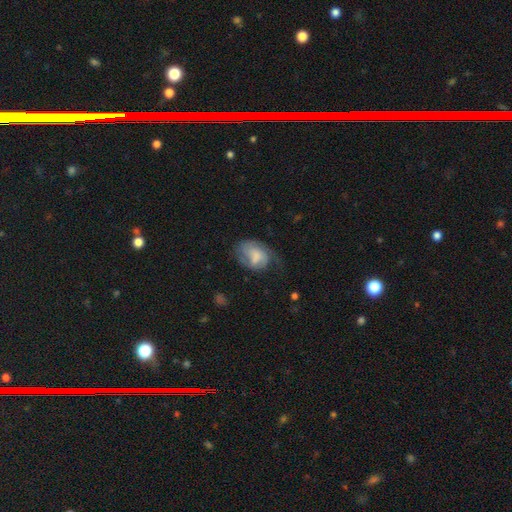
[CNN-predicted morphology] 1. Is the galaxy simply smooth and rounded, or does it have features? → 54% smooth, 38% featured or disk, 8% star or artifact.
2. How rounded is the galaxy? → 75% in between, 24% round, 1% cigar-shaped.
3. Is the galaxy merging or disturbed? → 37% none, 32% minor disturbance, 29% major disturbance, 2% merger.